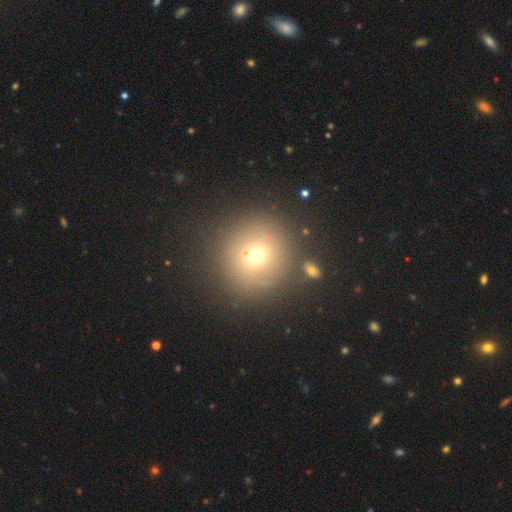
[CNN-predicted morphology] Overall: smooth (64%). How rounded: round (94%). Merging: none (76%).